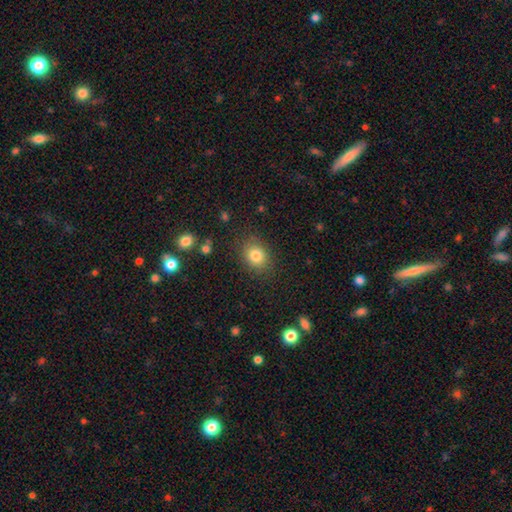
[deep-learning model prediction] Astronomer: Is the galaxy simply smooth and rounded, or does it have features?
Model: smooth — 82%.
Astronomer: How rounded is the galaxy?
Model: round — 53% (runner-up: in between, 46%).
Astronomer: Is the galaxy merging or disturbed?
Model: none — 84%.